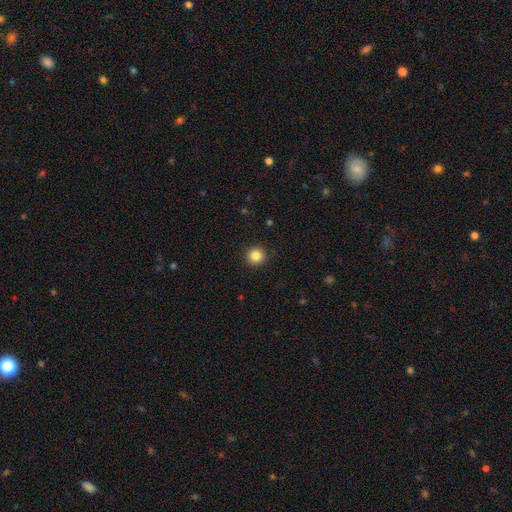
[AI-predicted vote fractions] Q: Smooth or featured?
A: smooth (85%); runner-up: star or artifact (11%)
Q: How rounded?
A: round (94%); runner-up: in between (5%)
Q: Merging?
A: none (92%); runner-up: minor disturbance (5%)